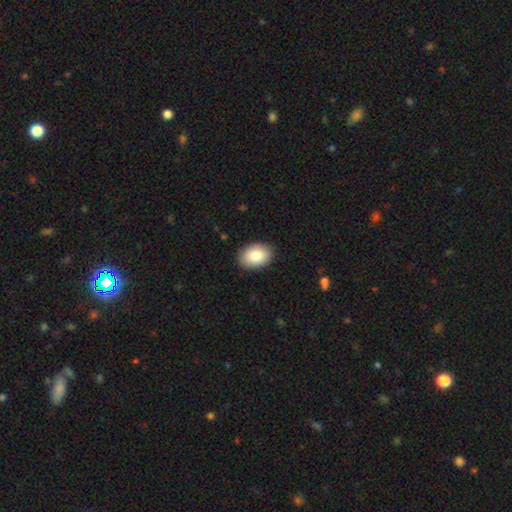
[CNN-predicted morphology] This appears to be a smooth galaxy with no disk features (88%) that is in between round and cigar-shaped (84%). Merging: none (89%).